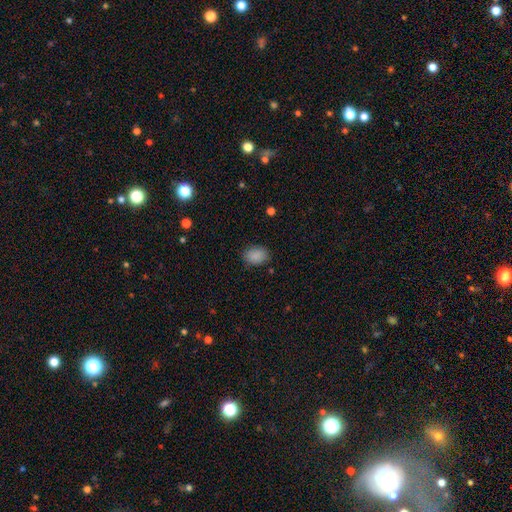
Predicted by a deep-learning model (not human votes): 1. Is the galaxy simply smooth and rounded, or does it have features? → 88% smooth, 8% star or artifact, 3% featured or disk.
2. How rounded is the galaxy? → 76% in between, 23% round, 1% cigar-shaped.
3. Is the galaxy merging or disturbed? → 83% none, 13% minor disturbance, 3% major disturbance, 1% merger.